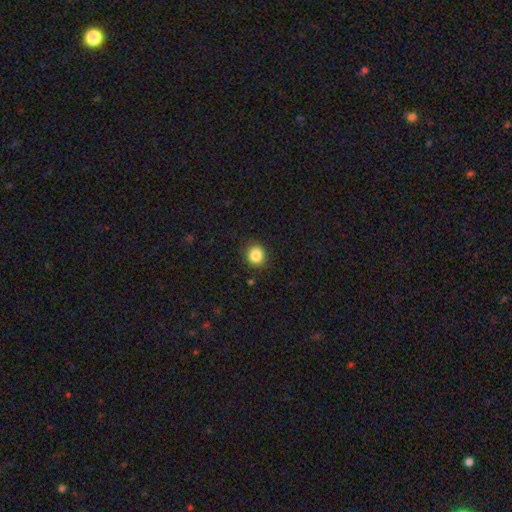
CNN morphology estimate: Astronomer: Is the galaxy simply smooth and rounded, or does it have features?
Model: smooth — 86%.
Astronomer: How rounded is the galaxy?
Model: round — 84%.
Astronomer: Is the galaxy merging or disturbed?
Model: none — 88%.